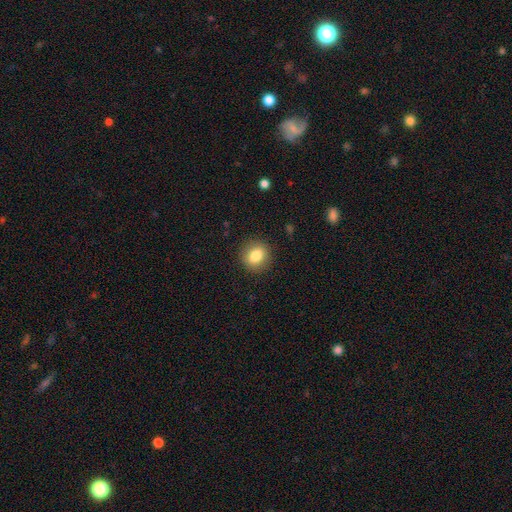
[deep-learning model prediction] Q: Smooth or featured?
A: smooth (82%); runner-up: star or artifact (10%)
Q: How rounded?
A: round (82%); runner-up: in between (17%)
Q: Merging?
A: none (90%); runner-up: minor disturbance (7%)